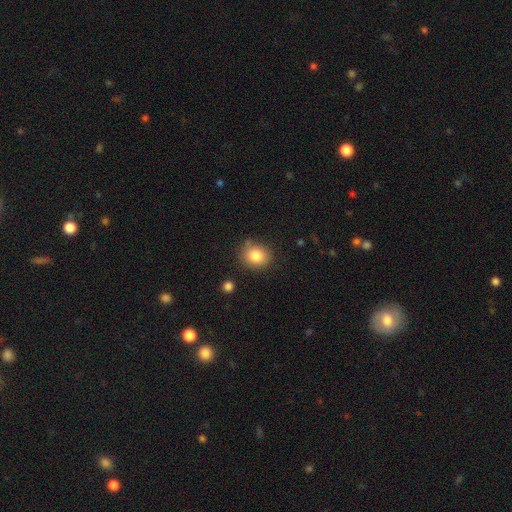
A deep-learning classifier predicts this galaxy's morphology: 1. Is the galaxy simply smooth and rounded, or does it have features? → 83% smooth, 10% star or artifact, 7% featured or disk.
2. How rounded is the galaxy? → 74% round, 25% in between, 1% cigar-shaped.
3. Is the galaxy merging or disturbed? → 81% none, 12% minor disturbance, 4% merger, 3% major disturbance.